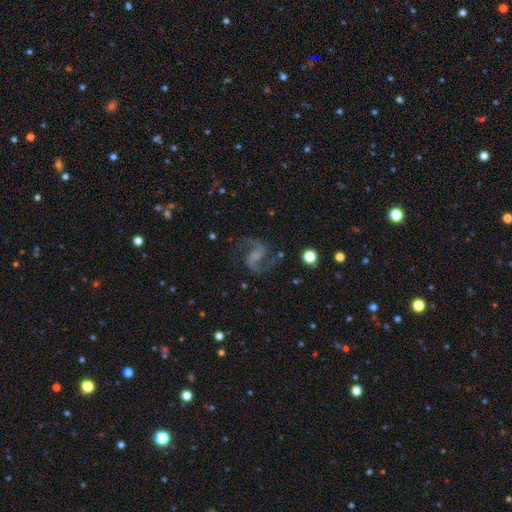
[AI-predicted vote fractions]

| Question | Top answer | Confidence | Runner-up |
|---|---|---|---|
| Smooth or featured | featured or disk | 88% | star or artifact (7%) |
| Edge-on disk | no | 98% | yes (2%) |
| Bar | weak | 47% | no (37%) |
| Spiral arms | yes | 98% | no (2%) |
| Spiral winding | medium | 52% | loose (40%) |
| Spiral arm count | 2 | 93% | can't tell (2%) |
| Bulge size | none | 42% | small (33%) |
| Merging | none | 76% | minor disturbance (13%) |